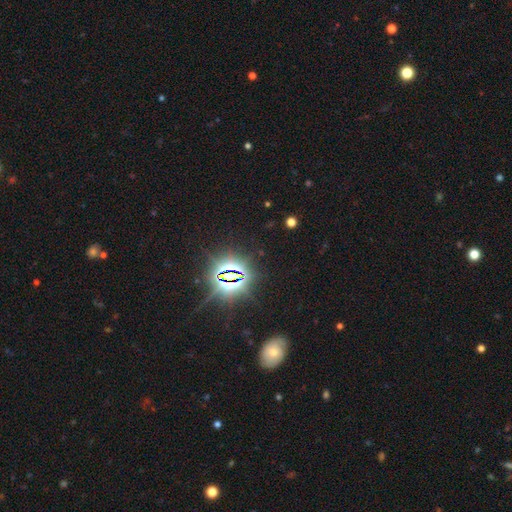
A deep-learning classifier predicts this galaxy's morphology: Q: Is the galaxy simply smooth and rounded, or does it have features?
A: star or artifact — 82%.